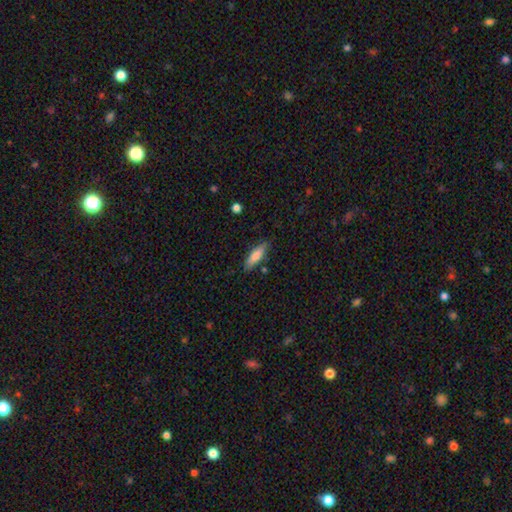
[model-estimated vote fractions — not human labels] Smooth or featured?
  - smooth: 77% *
  - featured or disk: 17%
  - star or artifact: 6%
How rounded?
  - cigar-shaped: 60% *
  - in between: 39%
  - round: 2%
Merging?
  - none: 81% *
  - minor disturbance: 13%
  - merger: 3%
  - major disturbance: 3%